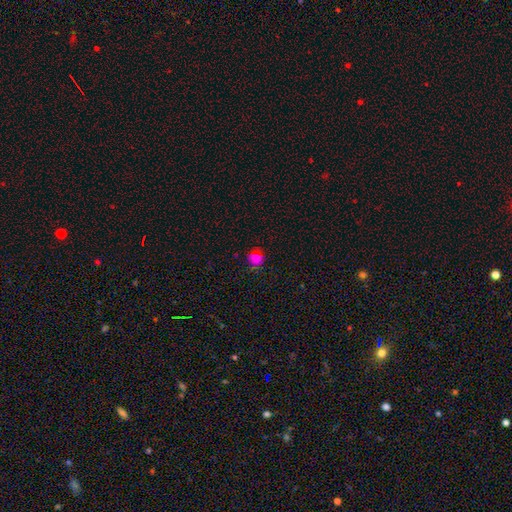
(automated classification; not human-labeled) smooth-or-featured: smooth: 75% | star or artifact: 20% | featured or disk: 5%
  how-rounded: round: 81% | in between: 18% | cigar-shaped: 1%
  merging: none: 77% | minor disturbance: 17% | major disturbance: 4% | merger: 2%